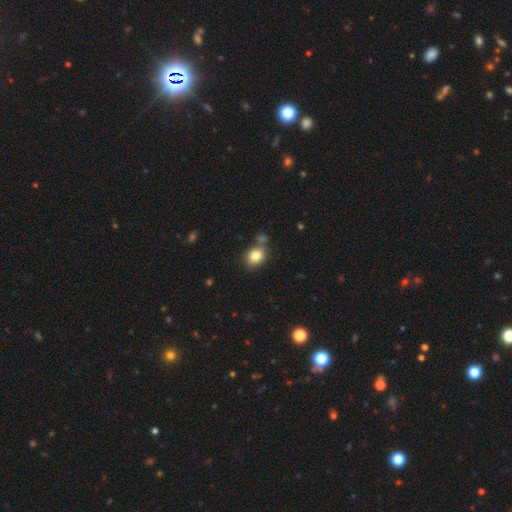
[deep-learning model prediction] Smooth or featured? Predicted: smooth (p=0.82). How rounded? Predicted: in between (p=0.50). Merging? Predicted: none (p=0.67).